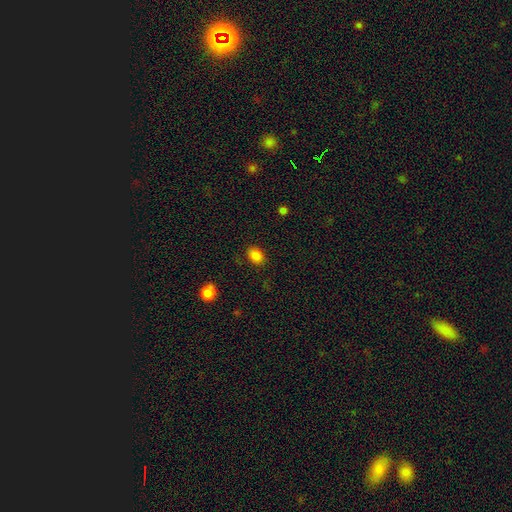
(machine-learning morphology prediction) Q: Smooth or featured?
A: smooth (85%); runner-up: star or artifact (10%)
Q: How rounded?
A: in between (70%); runner-up: round (29%)
Q: Merging?
A: none (86%); runner-up: minor disturbance (10%)